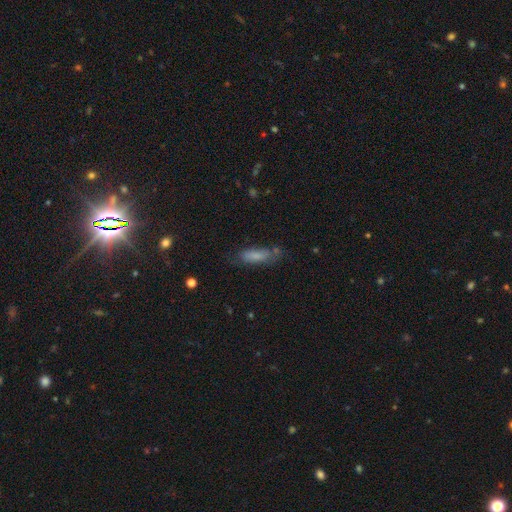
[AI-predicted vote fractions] Smooth or featured? smooth (76%)
How rounded? in between (50%)
Merging? none (62%)